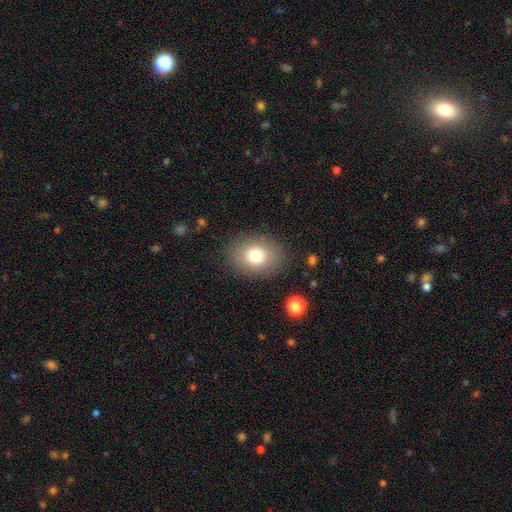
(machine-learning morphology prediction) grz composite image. It shows a smooth galaxy with no disk features (77%) that is in between round and cigar-shaped (53%). Merging: none (86%).